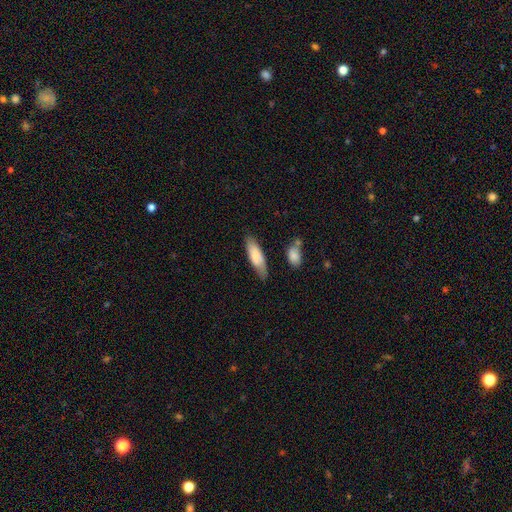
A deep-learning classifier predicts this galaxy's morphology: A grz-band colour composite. It shows a smooth galaxy with no disk features (79%) that is in between round and cigar-shaped (50%). Merging: none (74%).